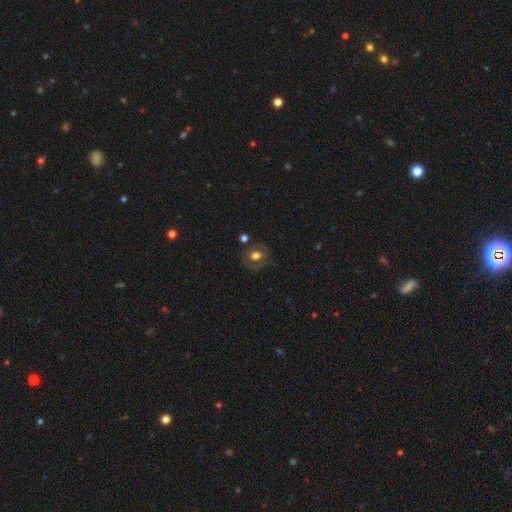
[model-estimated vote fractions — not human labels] Smooth or featured? smooth (48%)
Merging? none (74%)